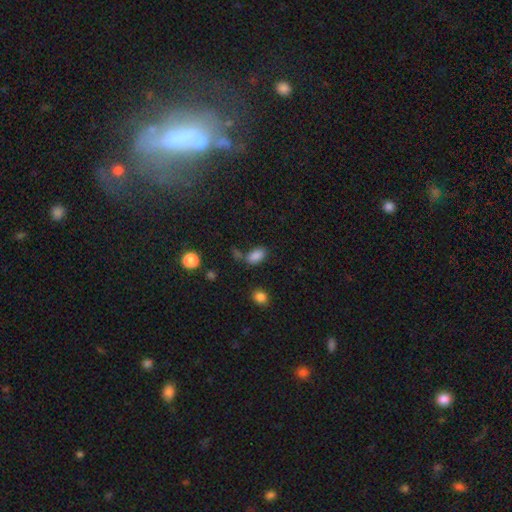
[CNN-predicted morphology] Smooth or featured: smooth — 84% (star or artifact — 12%)
How rounded: in between — 91% (round — 6%)
Merging: none — 59% (merger — 18%)